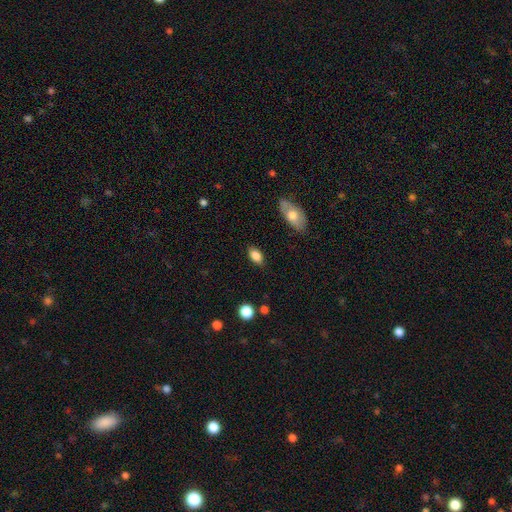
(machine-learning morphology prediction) type=smooth (85%); roundness=in between (90%); merging=none (84%).